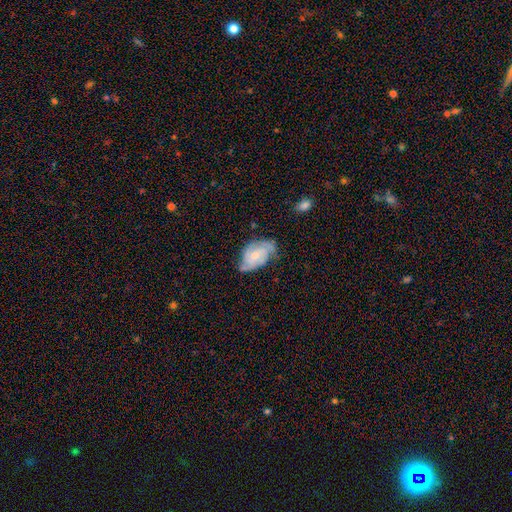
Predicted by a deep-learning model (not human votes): A featured or disk galaxy (71%) with no bar (62%), 2 (38%) tight (43%) spiral arms (90%) and a small central bulge (48%).

Vote fractions:
- Smooth or featured? featured or disk: 71% / smooth: 23% / star or artifact: 6%
- Edge-on disk? no: 97% / yes: 3%
- Bar? no: 62% / weak: 33% / strong: 5%
- Spiral arms? yes: 90% / no: 10%
- Spiral winding? tight: 43% / medium: 42% / loose: 14%
- Spiral arm count? 2: 38% / 3: 26% / can't tell: 24% / 4: 5% / 1: 4% / more than 4: 3%
- Bulge size? small: 48% / moderate: 42% / none: 6% / large: 3% / dominant: 1%
- Merging? none: 53% / minor disturbance: 33% / major disturbance: 12% / merger: 2%